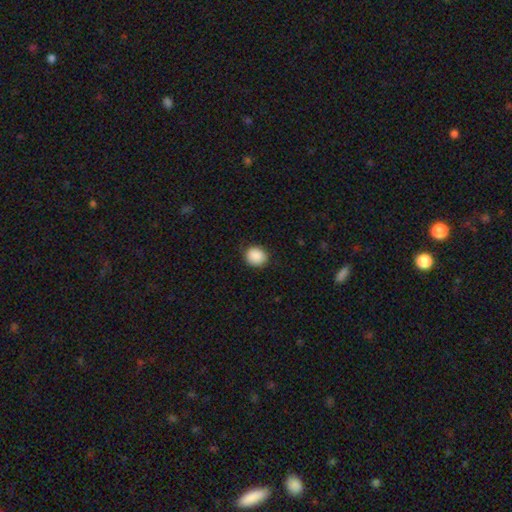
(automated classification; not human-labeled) A smooth galaxy with no disk features (89%) that is round (78%).

Vote fractions:
- Smooth or featured? smooth: 89% / star or artifact: 8% / featured or disk: 3%
- How rounded? round: 78% / in between: 21% / cigar-shaped: 1%
- Merging? none: 84% / minor disturbance: 12% / major disturbance: 3% / merger: 1%